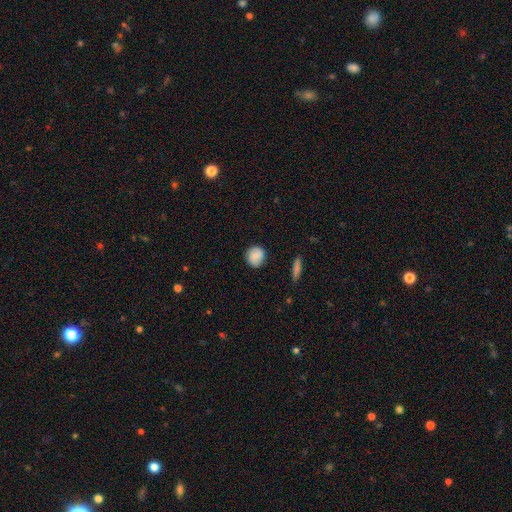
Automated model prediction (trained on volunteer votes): Smooth or featured: smooth — 77% (featured or disk — 16%)
How rounded: round — 86% (in between — 12%)
Merging: none — 85% (minor disturbance — 12%)